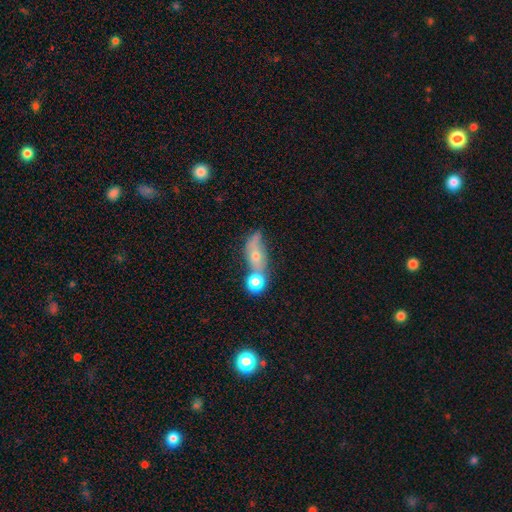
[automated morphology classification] smooth 54%, featured or disk 32%, star or artifact 14%. Down the decision tree: how rounded — in between (59%); merging — merger (43%).